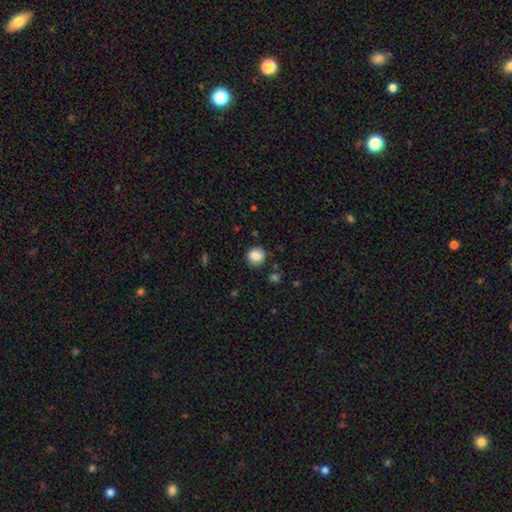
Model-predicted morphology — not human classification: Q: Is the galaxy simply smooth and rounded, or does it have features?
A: smooth — 86%.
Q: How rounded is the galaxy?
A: round — 84%.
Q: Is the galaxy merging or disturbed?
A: none — 82%.